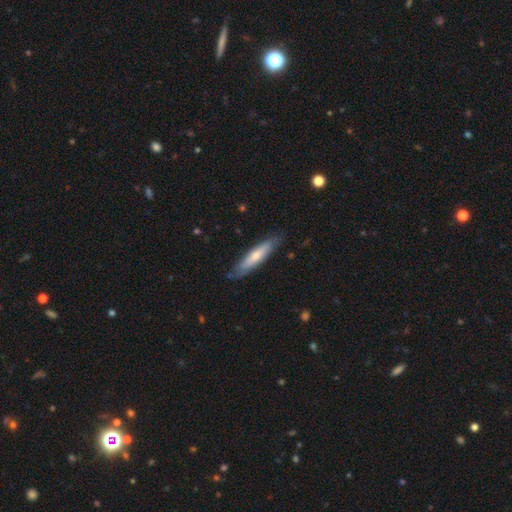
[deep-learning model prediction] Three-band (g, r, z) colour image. It shows a smooth galaxy with no disk features (54%) that is cigar-shaped (84%). Merging: none (82%).